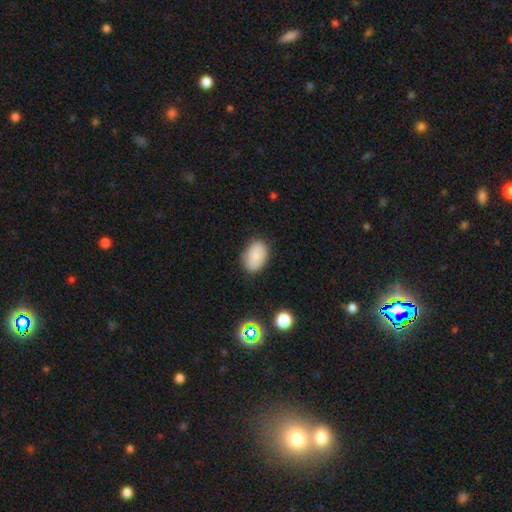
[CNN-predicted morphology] Smooth or featured?
  - smooth: 86% *
  - star or artifact: 8%
  - featured or disk: 6%
How rounded?
  - in between: 85% *
  - round: 13%
  - cigar-shaped: 1%
Merging?
  - none: 80% *
  - minor disturbance: 15%
  - major disturbance: 4%
  - merger: 2%